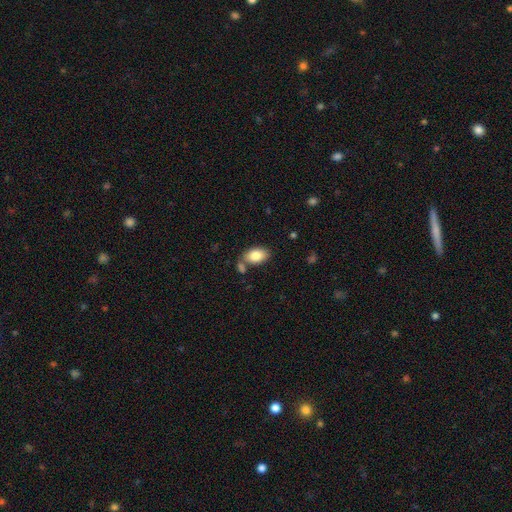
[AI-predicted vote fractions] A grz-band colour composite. It shows a smooth galaxy with no disk features (83%) that is in between round and cigar-shaped (91%). Merging: none (67%).